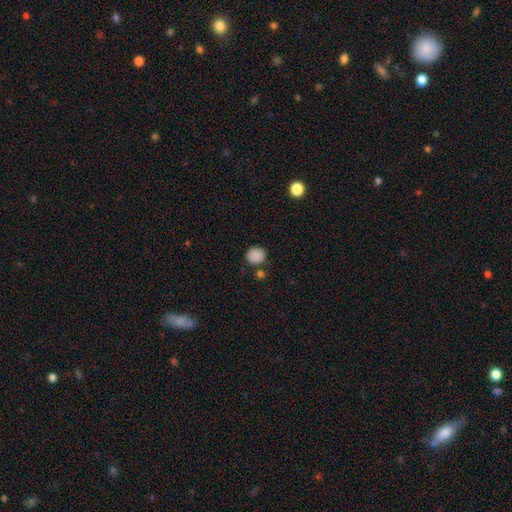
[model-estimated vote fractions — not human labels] A smooth galaxy with no disk features (86%) that is round (83%).

Vote fractions:
- Smooth or featured? smooth: 86% / star or artifact: 10% / featured or disk: 3%
- How rounded? round: 83% / in between: 16% / cigar-shaped: 1%
- Merging? none: 77% / minor disturbance: 11% / merger: 8% / major disturbance: 3%